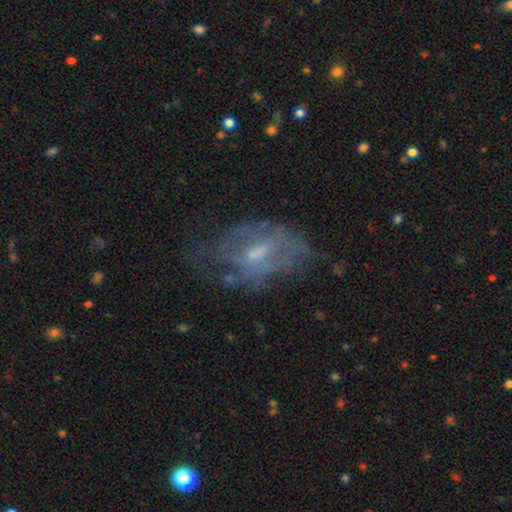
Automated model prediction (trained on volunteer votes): This is likely a featured or disk galaxy (63%). It is clearly not viewed edge-on (94%). Bar: possibly weak (46%). Spiral arm pattern: likely no (62%). Central bulge: marginally small (42%). Merging: marginally none (44%).